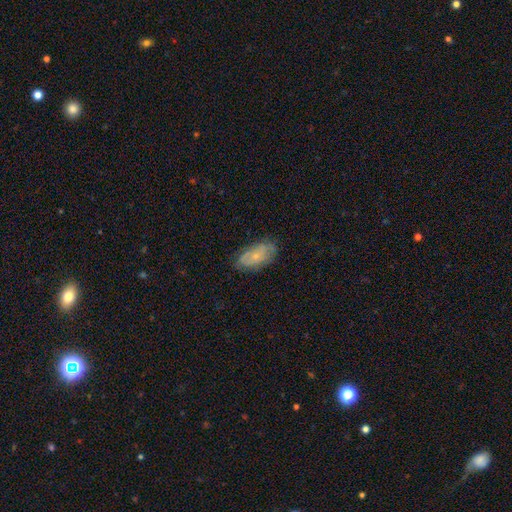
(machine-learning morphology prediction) type=smooth (57%); roundness=in between (91%); merging=none (75%).